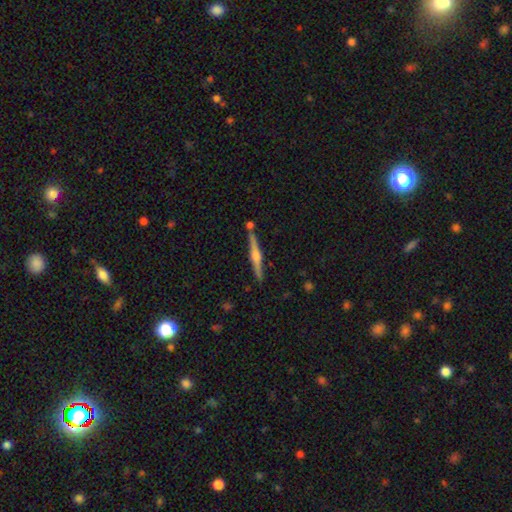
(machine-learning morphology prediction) Q: Smooth or featured?
A: featured or disk (75%); runner-up: smooth (19%)
Q: Edge-on disk?
A: yes (98%); runner-up: no (2%)
Q: Edge-on bulge?
A: rounded (92%); runner-up: boxy (5%)
Q: Merging?
A: none (85%); runner-up: minor disturbance (8%)